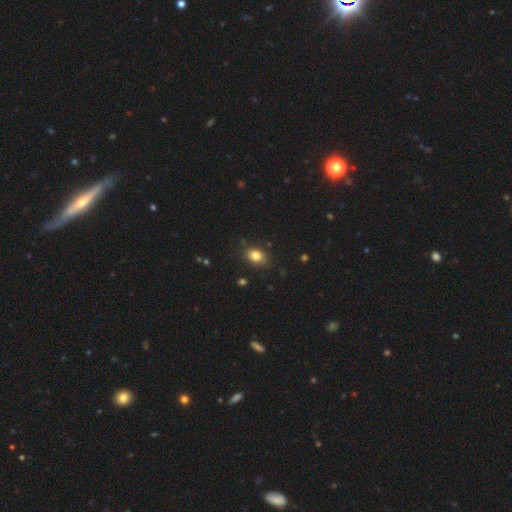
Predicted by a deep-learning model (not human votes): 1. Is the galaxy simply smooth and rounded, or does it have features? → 83% smooth, 10% star or artifact, 8% featured or disk.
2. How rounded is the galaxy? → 79% in between, 20% round, 2% cigar-shaped.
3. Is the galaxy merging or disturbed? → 84% none, 12% minor disturbance, 3% major disturbance, 2% merger.